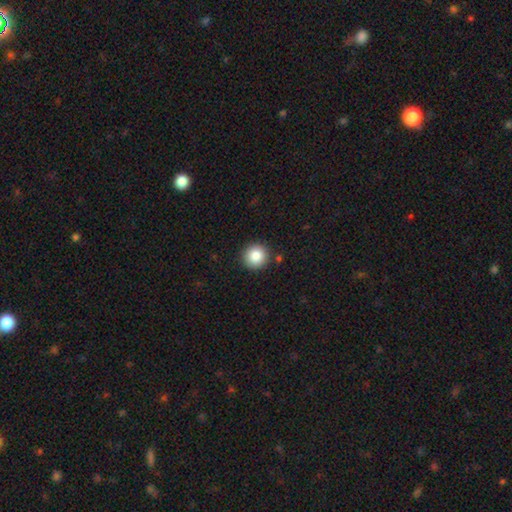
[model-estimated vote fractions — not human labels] A smooth galaxy with no disk features (85%) that is round (94%). Merging: none (90%).